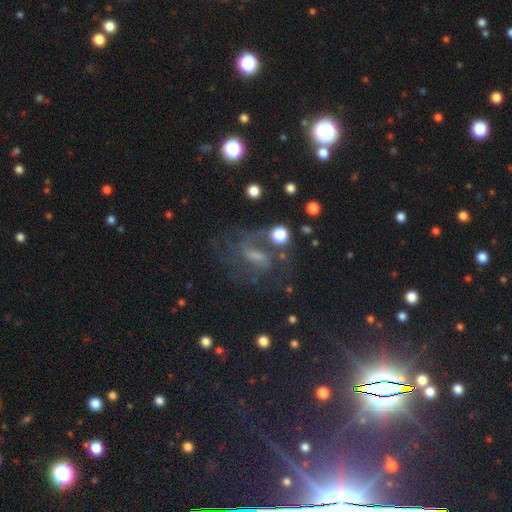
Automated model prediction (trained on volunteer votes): Morphology: type=featured or disk (62%); edge-on=no (95%); bar=weak (50%); spiral arms=yes (83%); bulge=small (37%); merging=none (54%).